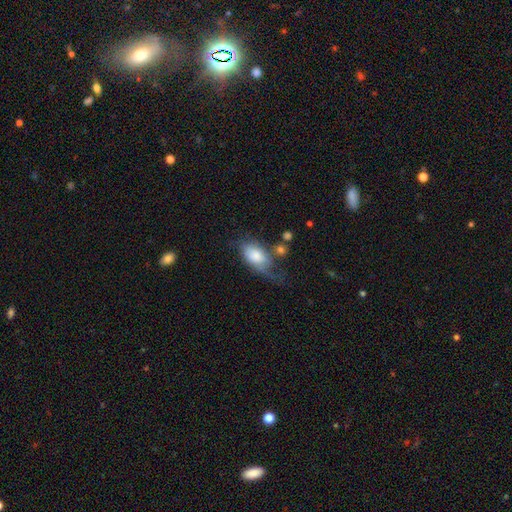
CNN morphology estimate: A smooth galaxy with no disk features (65%) that is in between round and cigar-shaped (89%). Merging: major disturbance (37%).